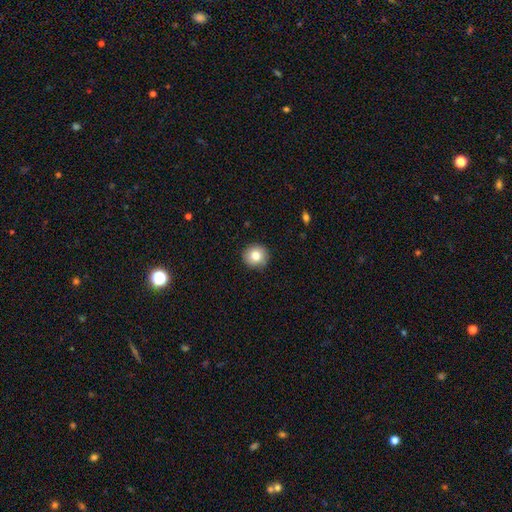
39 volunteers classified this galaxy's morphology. This is clearly a smooth galaxy (87%). How rounded: clearly round (97%). Merging: clearly none (91%).